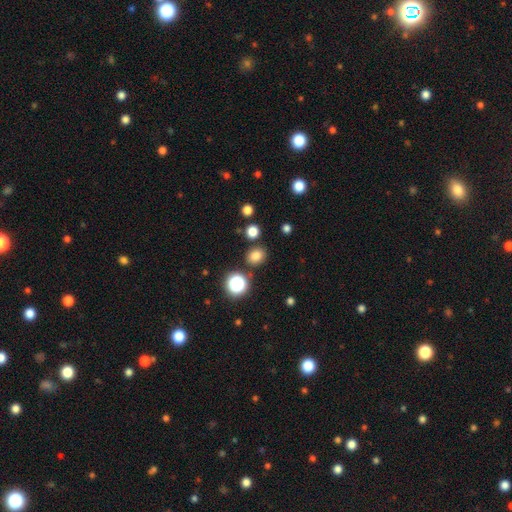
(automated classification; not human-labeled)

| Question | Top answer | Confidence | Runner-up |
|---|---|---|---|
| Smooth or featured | smooth | 78% | star or artifact (16%) |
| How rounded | round | 66% | in between (34%) |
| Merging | none | 83% | minor disturbance (8%) |